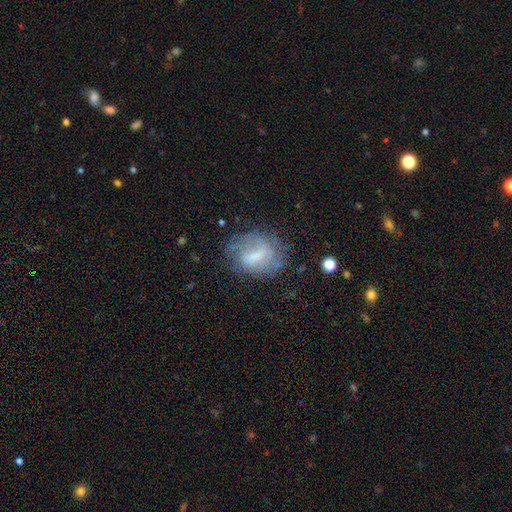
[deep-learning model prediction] A featured or disk galaxy (58%) with a weak bar (45%), spiral arms (64%) and a small central bulge (33%).

Vote fractions:
- Smooth or featured? featured or disk: 58% / smooth: 32% / star or artifact: 10%
- Edge-on disk? no: 94% / yes: 6%
- Bar? weak: 45% / strong: 39% / no: 16%
- Spiral arms? yes: 64% / no: 36%
- Bulge size? small: 33% / moderate: 30% / none: 29% / large: 7% / dominant: 1%
- Merging? none: 61% / minor disturbance: 23% / major disturbance: 13% / merger: 3%